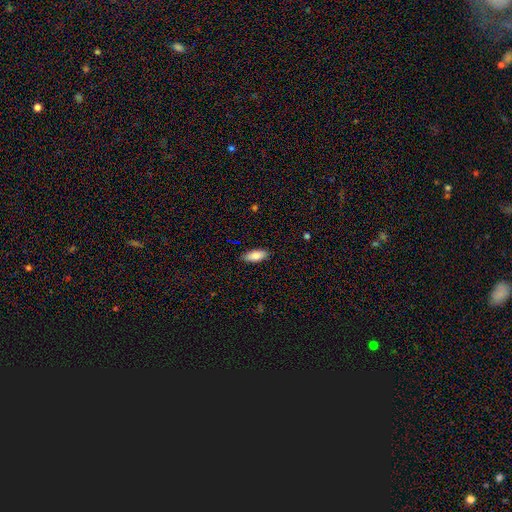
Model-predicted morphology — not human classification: type=smooth (83%); roundness=in between (79%); merging=none (86%).